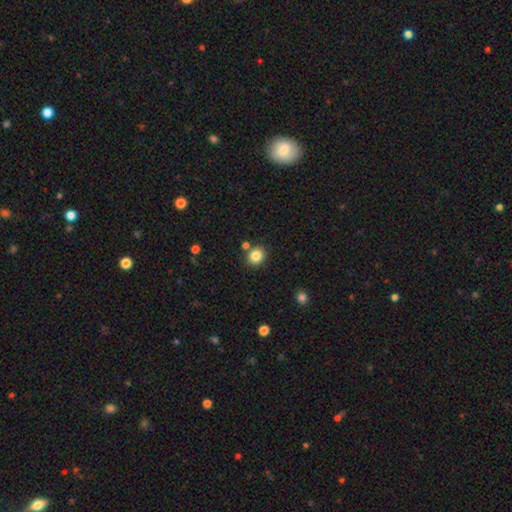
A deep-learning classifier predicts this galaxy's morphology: This is clearly a smooth galaxy (84%). How rounded: likely round (77%). Merging: clearly none (81%).